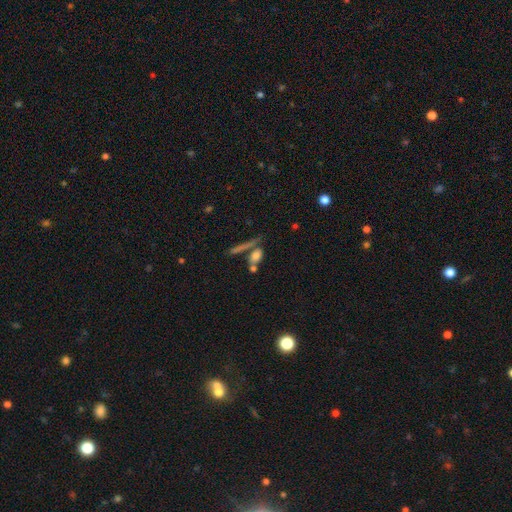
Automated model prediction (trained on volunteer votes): This is likely a smooth galaxy (71%). How rounded: possibly in between (58%). Merging: possibly none (52%).